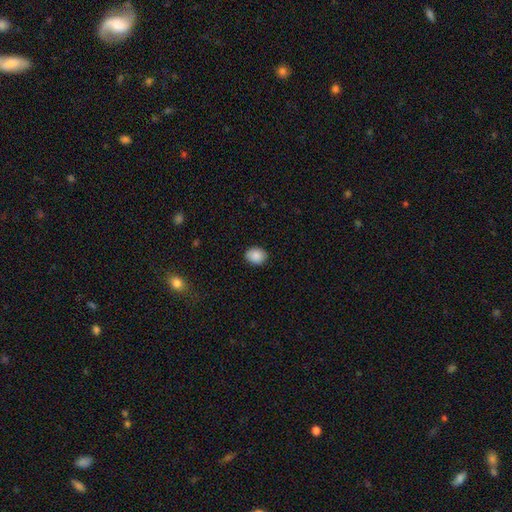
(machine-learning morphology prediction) smooth-or-featured: smooth: 88% | star or artifact: 8% | featured or disk: 4%
  how-rounded: round: 53% | in between: 46% | cigar-shaped: 1%
  merging: none: 84% | minor disturbance: 13% | major disturbance: 2% | merger: 1%